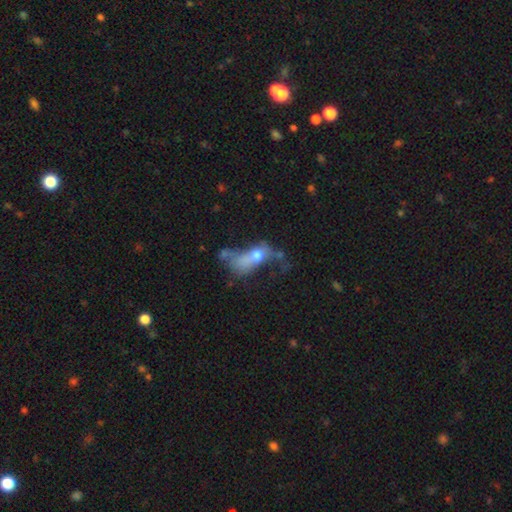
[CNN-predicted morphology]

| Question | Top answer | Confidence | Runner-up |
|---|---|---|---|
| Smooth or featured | smooth | 46% | featured or disk (42%) |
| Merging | major disturbance | 38% | merger (29%) |